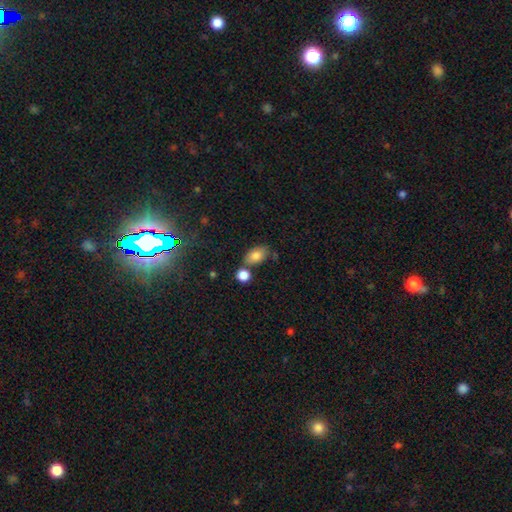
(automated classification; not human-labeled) Smooth or featured? smooth (83%)
How rounded? in between (87%)
Merging? none (59%)